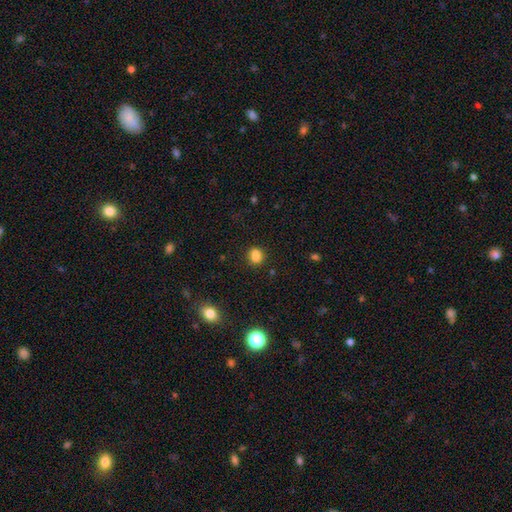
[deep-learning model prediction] This is clearly a smooth galaxy (82%). How rounded: likely round (62%). Merging: likely none (75%).